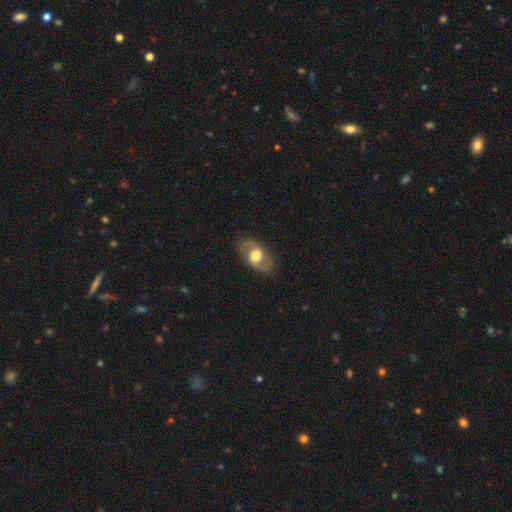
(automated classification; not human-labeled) smooth-or-featured: featured or disk: 66% | smooth: 28% | star or artifact: 6%
  disk-edge-on: no: 92% | yes: 8%
    bar: no: 46% | weak: 38% | strong: 15%
    has-spiral-arms: yes: 76% | no: 24%
    bulge-size: moderate: 66% | large: 24% | small: 8% | dominant: 2% | none: 1%
  merging: none: 82% | minor disturbance: 13% | major disturbance: 5% | merger: 1%